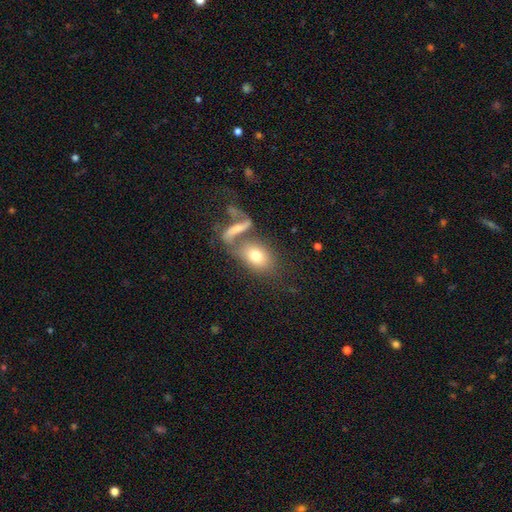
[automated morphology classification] This appears to be a smooth galaxy with no disk features (70%) that is in between round and cigar-shaped (77%). Merging: none (40%).